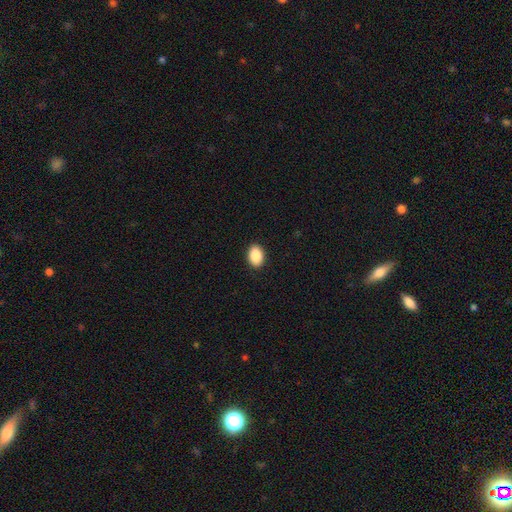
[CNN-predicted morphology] This is clearly a smooth galaxy (89%). How rounded: clearly in between (83%). Merging: clearly none (91%).